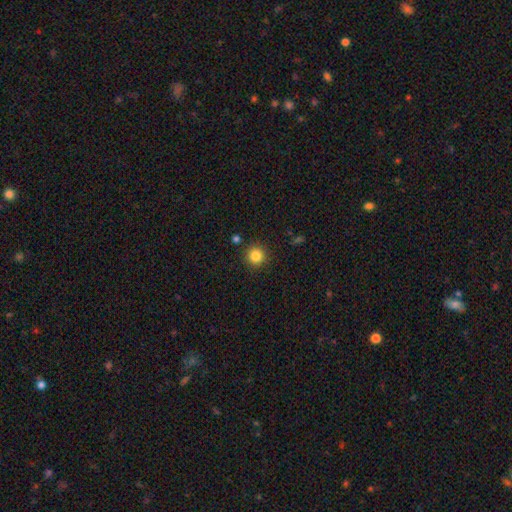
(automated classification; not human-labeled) Smooth or featured? Predicted: smooth (p=0.84). How rounded? Predicted: round (p=0.94). Merging? Predicted: none (p=0.90).